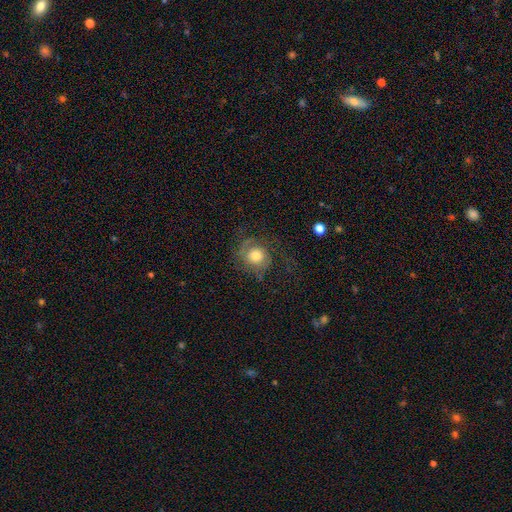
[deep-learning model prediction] Smooth or featured? Predicted: smooth (p=0.46). Merging? Predicted: none (p=0.56).